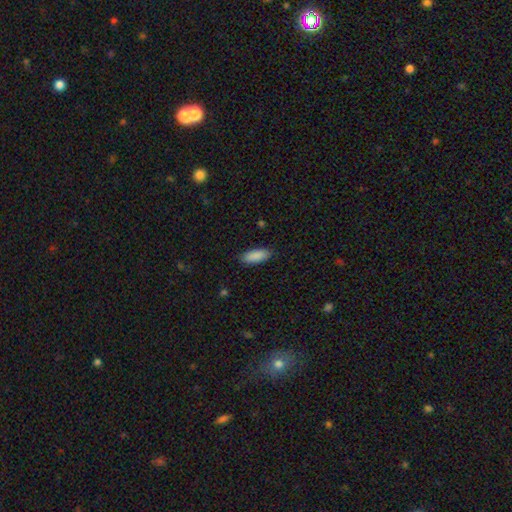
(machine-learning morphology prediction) smooth_or_featured: smooth (p=0.90) [alt: star or artifact p=0.06]
how_rounded: in between (p=0.75) [alt: cigar-shaped p=0.23]
merging: none (p=0.88) [alt: minor disturbance p=0.09]